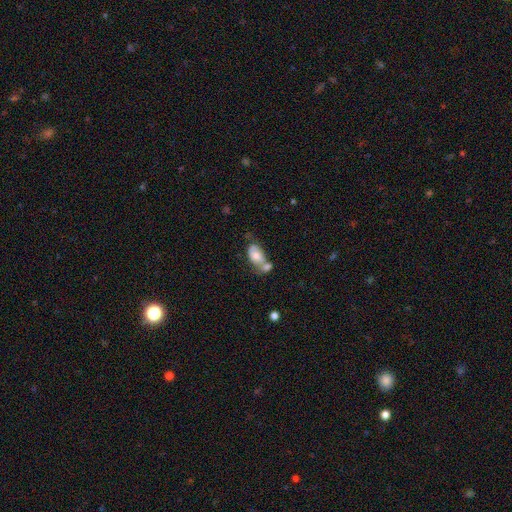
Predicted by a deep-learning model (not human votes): This is likely a smooth galaxy (62%). How rounded: clearly in between (89%). Merging: possibly merger (52%).